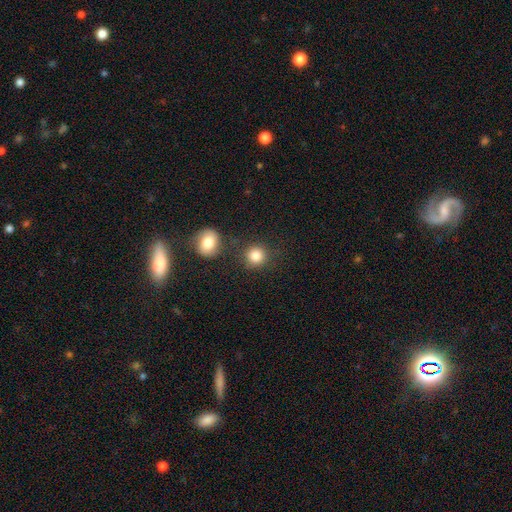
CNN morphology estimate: Overall: smooth (85%). How rounded: round (89%). Merging: none (75%).